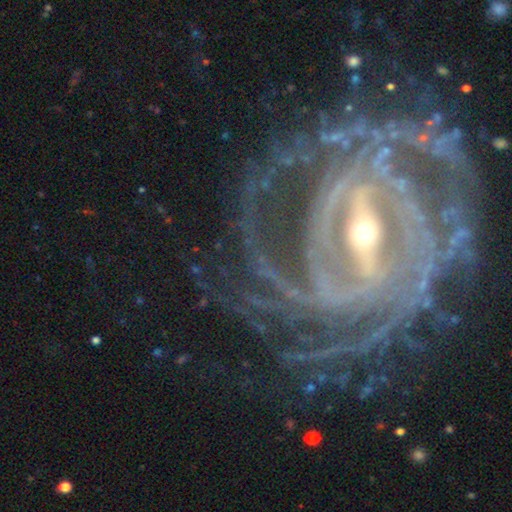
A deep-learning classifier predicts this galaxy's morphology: The model was most divided on "spiral arm count" (2-way tie): more than 4: 23%, 4: 23%, can't tell: 19%, 3: 14%, 2: 13%, 1: 8%. More confident: spiral arms — yes (97%); edge-on disk — no (95%); smooth or featured — featured or disk (91%); bar — strong (75%); merging — none (72%); spiral winding — tight (71%); bulge size — small (65%).